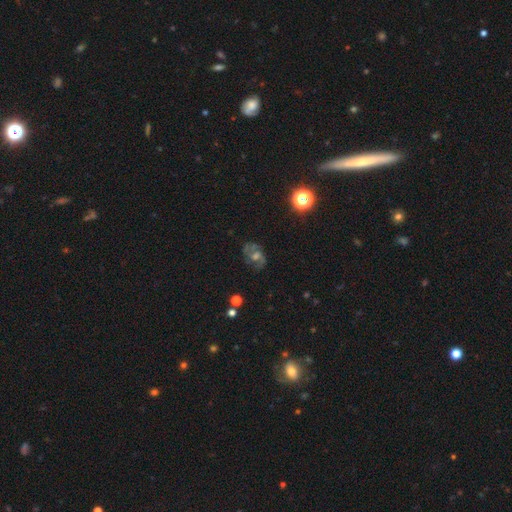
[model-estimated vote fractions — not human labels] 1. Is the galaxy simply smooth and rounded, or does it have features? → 57% featured or disk, 22% smooth, 21% star or artifact.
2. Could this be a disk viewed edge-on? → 96% no, 4% yes.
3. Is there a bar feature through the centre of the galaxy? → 60% no, 32% weak, 8% strong.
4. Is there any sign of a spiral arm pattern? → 72% yes, 28% no.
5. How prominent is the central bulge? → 59% moderate, 25% small, 9% large, 5% none, 2% dominant.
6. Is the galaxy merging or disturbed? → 73% none, 16% minor disturbance, 8% major disturbance, 2% merger.